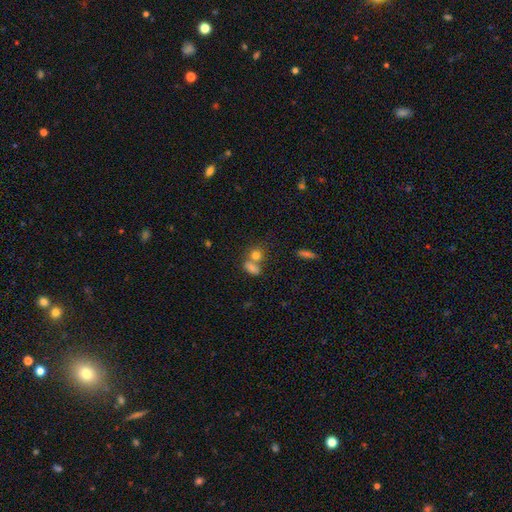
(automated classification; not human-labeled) smooth_or_featured: smooth (p=0.72) [alt: star or artifact p=0.16]
how_rounded: round (p=0.52) [alt: in between p=0.45]
merging: merger (p=0.46) [alt: none p=0.41]